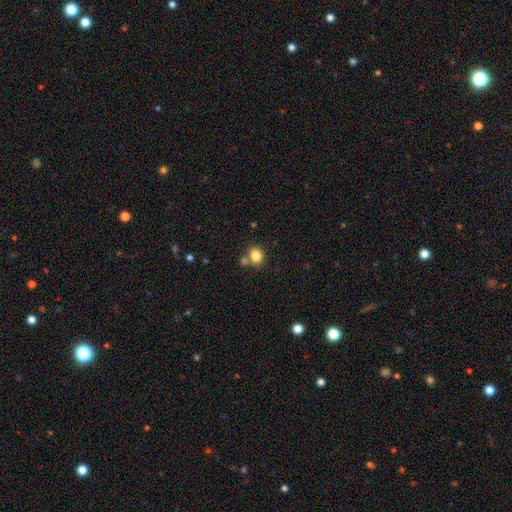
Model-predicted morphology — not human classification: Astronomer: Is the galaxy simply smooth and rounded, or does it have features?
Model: smooth — 83%.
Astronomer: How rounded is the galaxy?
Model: round — 63%.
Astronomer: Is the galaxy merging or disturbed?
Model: none — 67%.